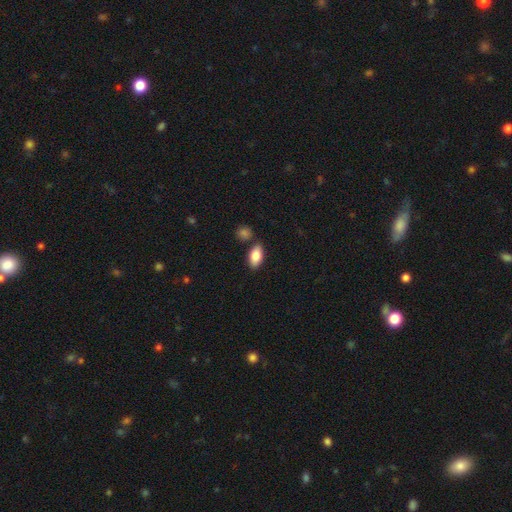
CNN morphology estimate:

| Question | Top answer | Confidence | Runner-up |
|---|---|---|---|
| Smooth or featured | smooth | 84% | featured or disk (9%) |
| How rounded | in between | 92% | cigar-shaped (4%) |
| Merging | none | 79% | minor disturbance (11%) |